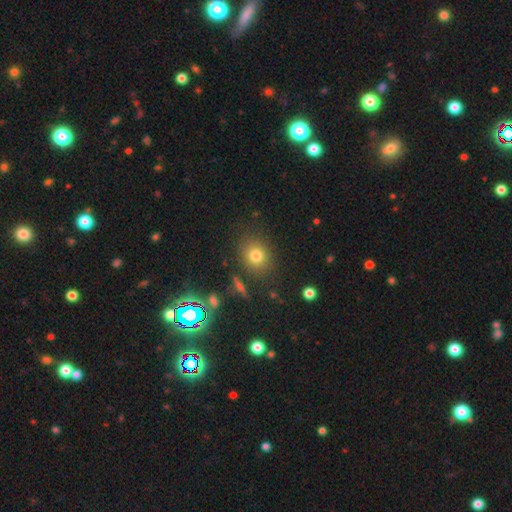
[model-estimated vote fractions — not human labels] Smooth or featured? Predicted: smooth (p=0.74). How rounded? Predicted: round (p=0.73). Merging? Predicted: none (p=0.83).